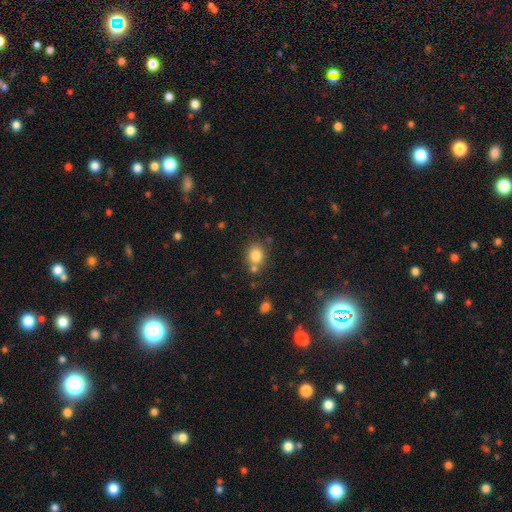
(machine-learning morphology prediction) smooth 81%, star or artifact 11%, featured or disk 8%. Down the decision tree: how rounded — round (66%); merging — none (65%).